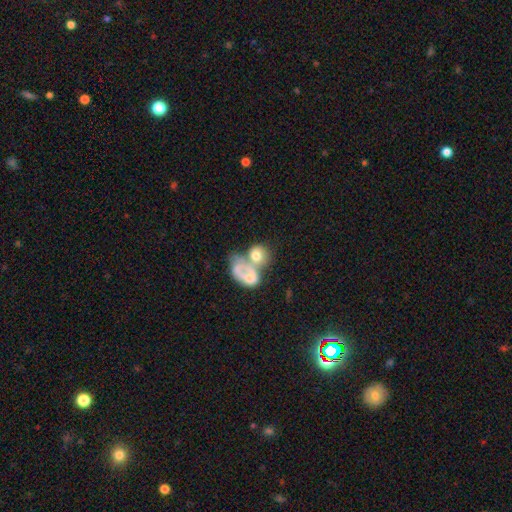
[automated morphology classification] Smooth or featured? smooth (53%)
How rounded? in between (50%)
Merging? merger (56%)